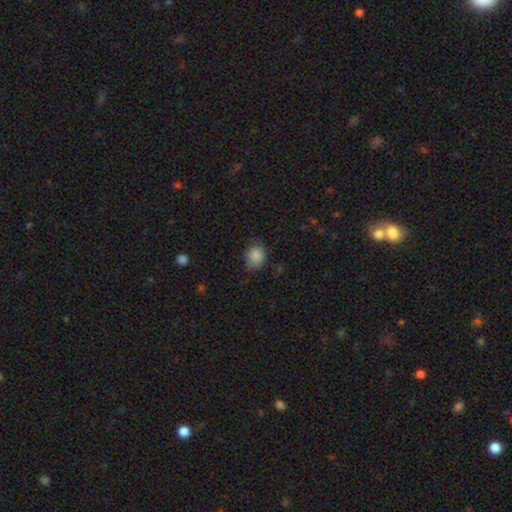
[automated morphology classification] smooth-or-featured: smooth: 87% | star or artifact: 9% | featured or disk: 4%
  how-rounded: round: 65% | in between: 34% | cigar-shaped: 1%
  merging: none: 69% | minor disturbance: 25% | major disturbance: 5% | merger: 1%